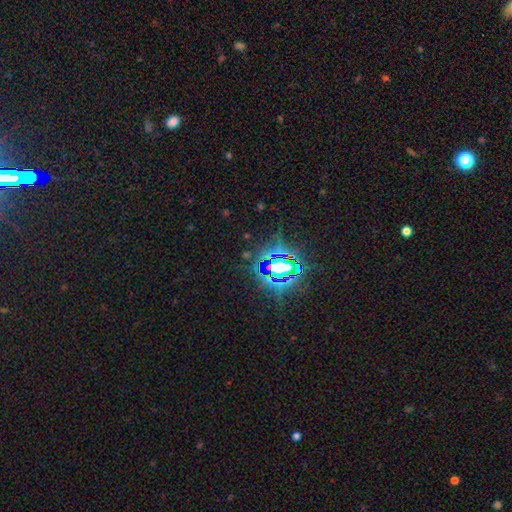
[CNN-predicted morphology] Smooth or featured: star or artifact — 81% (smooth — 12%)